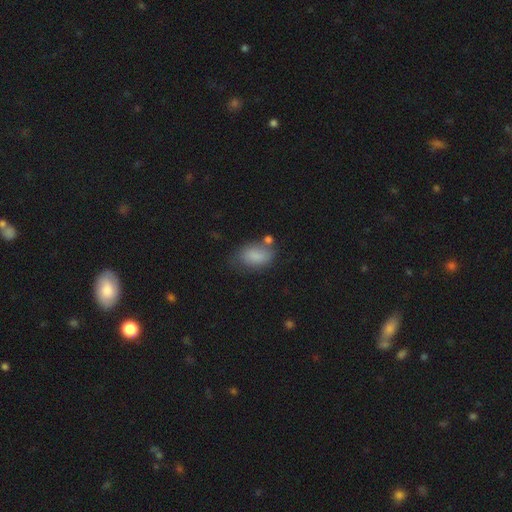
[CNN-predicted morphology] Smooth or featured: smooth — 83% (featured or disk — 9%)
How rounded: in between — 88% (round — 10%)
Merging: none — 55% (minor disturbance — 26%)